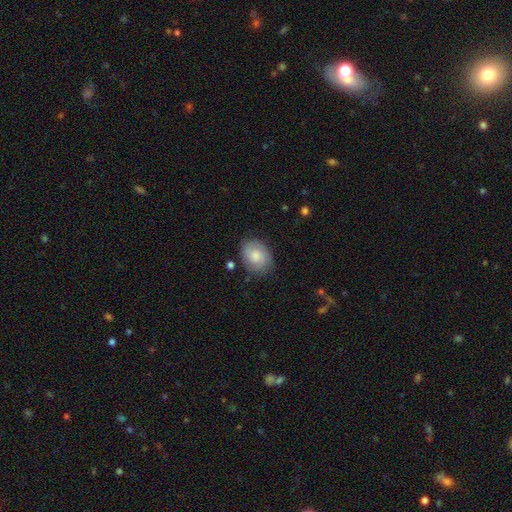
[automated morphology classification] Smooth or featured: smooth — 63% (featured or disk — 30%)
How rounded: in between — 65% (round — 34%)
Merging: none — 76% (minor disturbance — 17%)